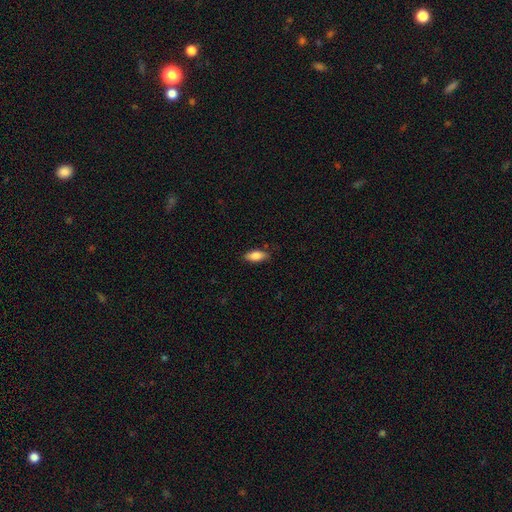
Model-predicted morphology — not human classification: A smooth galaxy with no disk features (84%) that is in between round and cigar-shaped (82%).

Vote fractions:
- Smooth or featured? smooth: 84% / featured or disk: 9% / star or artifact: 7%
- How rounded? in between: 82% / cigar-shaped: 16% / round: 3%
- Merging? none: 82% / minor disturbance: 14% / major disturbance: 3% / merger: 1%